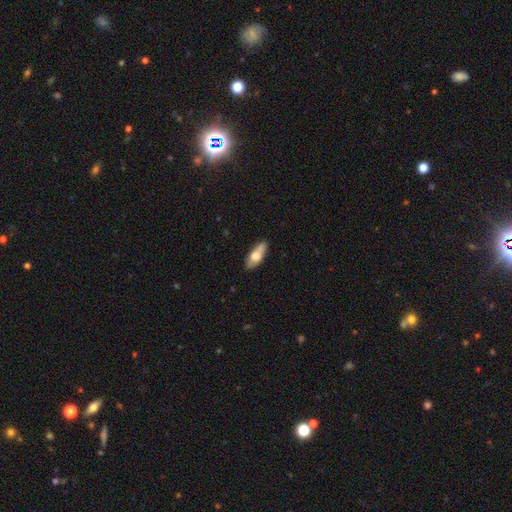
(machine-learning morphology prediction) smooth 66%, featured or disk 28%, star or artifact 6%. Down the decision tree: how rounded — in between (71%); merging — none (82%).